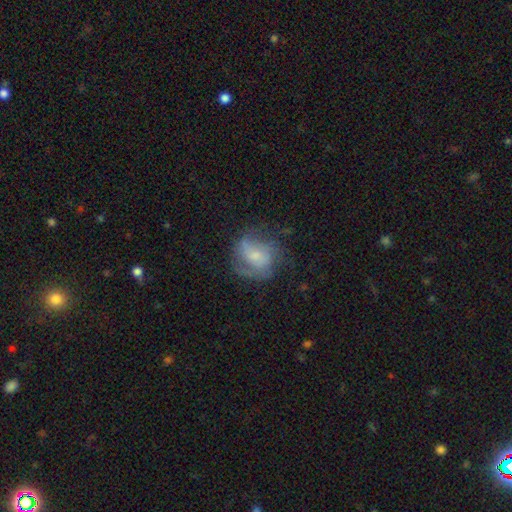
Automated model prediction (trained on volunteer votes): smooth-or-featured: featured or disk: 57% | smooth: 35% | star or artifact: 9%
  disk-edge-on: no: 97% | yes: 3%
    bar: no: 57% | weak: 35% | strong: 8%
    has-spiral-arms: yes: 75% | no: 25%
    bulge-size: small: 46% | moderate: 37% | none: 10% | large: 5% | dominant: 1%
  merging: none: 52% | minor disturbance: 24% | major disturbance: 22% | merger: 2%